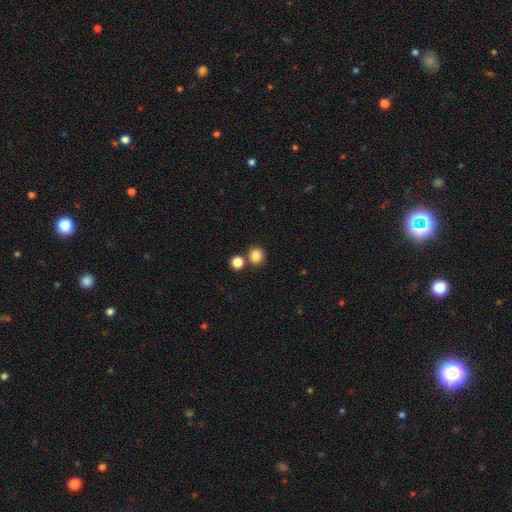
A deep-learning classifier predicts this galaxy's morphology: Smooth or featured?
  - smooth: 85% *
  - star or artifact: 10%
  - featured or disk: 5%
How rounded?
  - round: 75% *
  - in between: 24%
  - cigar-shaped: 1%
Merging?
  - none: 68% *
  - merger: 20%
  - minor disturbance: 9%
  - major disturbance: 3%